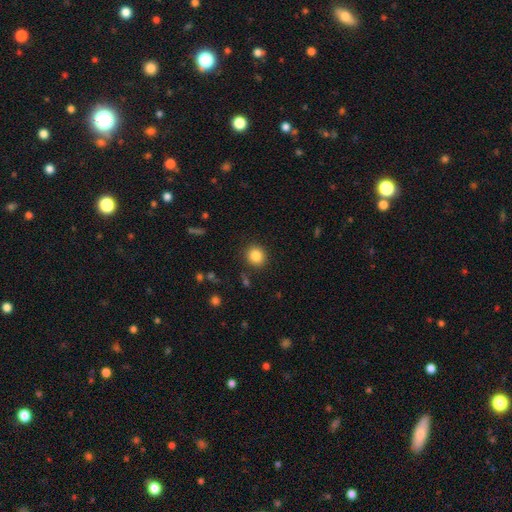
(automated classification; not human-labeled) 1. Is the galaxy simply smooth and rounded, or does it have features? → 85% smooth, 10% star or artifact, 5% featured or disk.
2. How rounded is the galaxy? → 87% round, 12% in between, 1% cigar-shaped.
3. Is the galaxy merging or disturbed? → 89% none, 7% minor disturbance, 3% major disturbance, 2% merger.